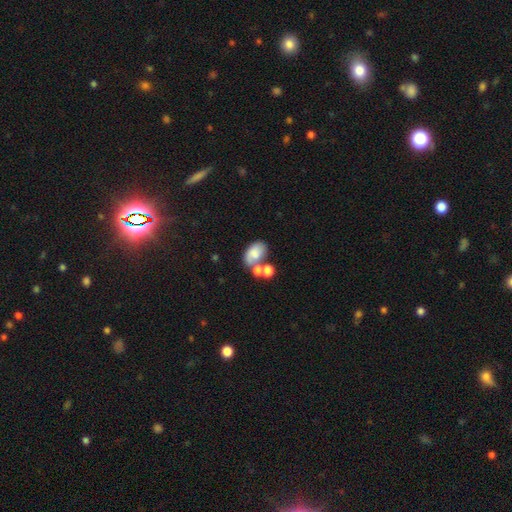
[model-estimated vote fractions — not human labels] Smooth or featured? Predicted: smooth (p=0.68). How rounded? Predicted: in between (p=0.86). Merging? Predicted: merger (p=0.42).